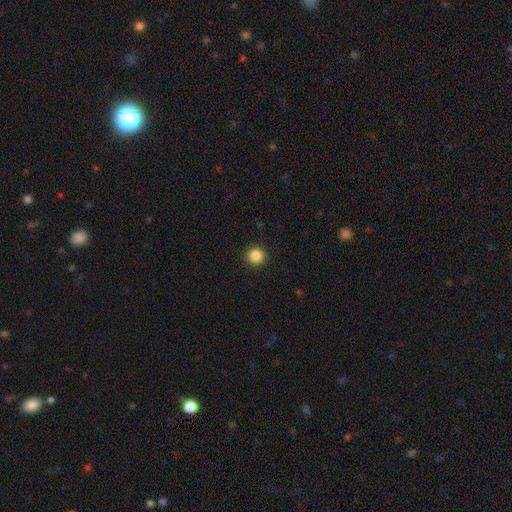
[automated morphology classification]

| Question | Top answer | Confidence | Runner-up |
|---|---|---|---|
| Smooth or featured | smooth | 86% | star or artifact (11%) |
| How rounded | round | 95% | in between (4%) |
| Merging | none | 93% | minor disturbance (4%) |